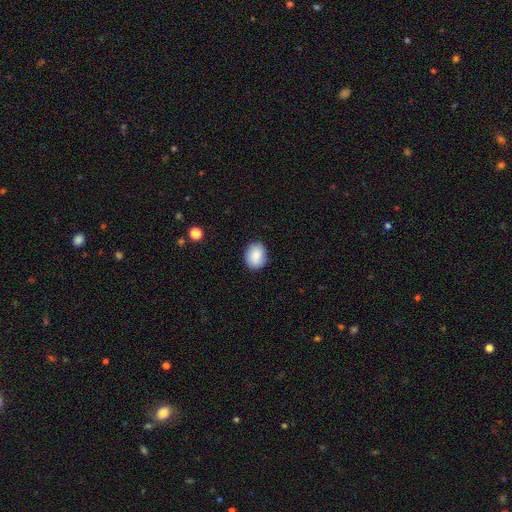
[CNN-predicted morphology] Smooth or featured? smooth (88%)
How rounded? in between (53%)
Merging? none (85%)